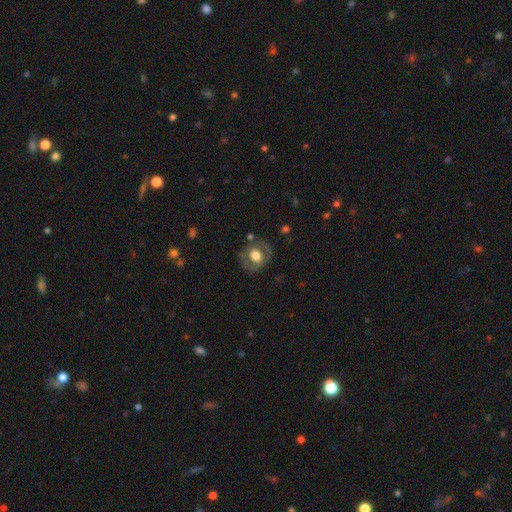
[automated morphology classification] Overall: smooth (51%; featured or disk 41%). How rounded: round (70%). Merging: none (74%).